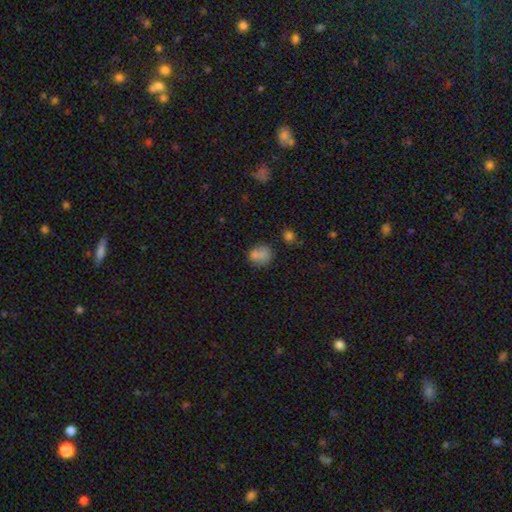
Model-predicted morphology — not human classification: This appears to be a smooth galaxy with no disk features (72%) that is round (65%). Merging: none (62%).